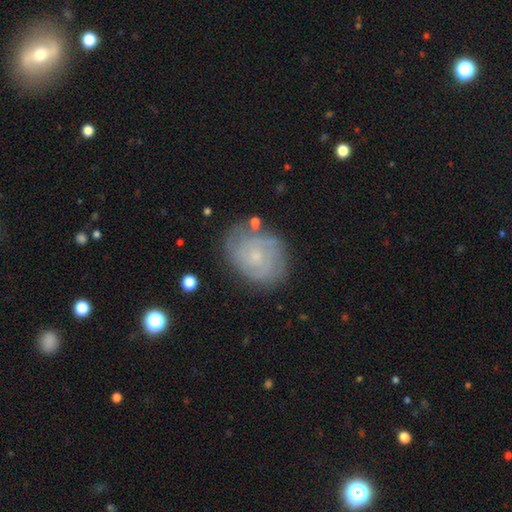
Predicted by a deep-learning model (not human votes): featured or disk 70%, smooth 21%, star or artifact 9%. Down the decision tree: edge-on disk — no (98%); bar — no (76%); spiral arms — yes (90%); spiral arm count — can't tell (40%); spiral winding — tight (69%); bulge size — small (75%); merging — none (75%).